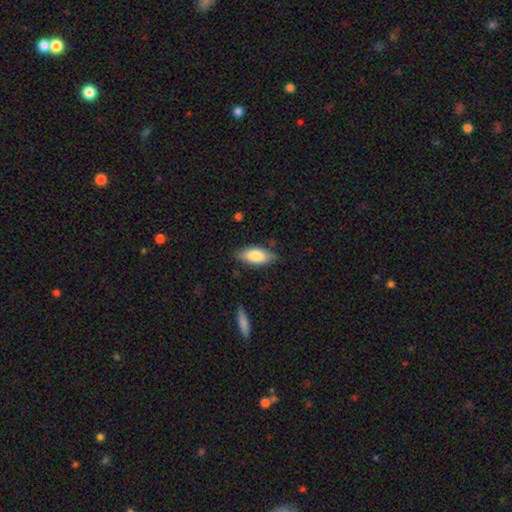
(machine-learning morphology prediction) This appears to be a smooth galaxy with no disk features (82%) that is in between round and cigar-shaped (84%). Merging: none (80%).